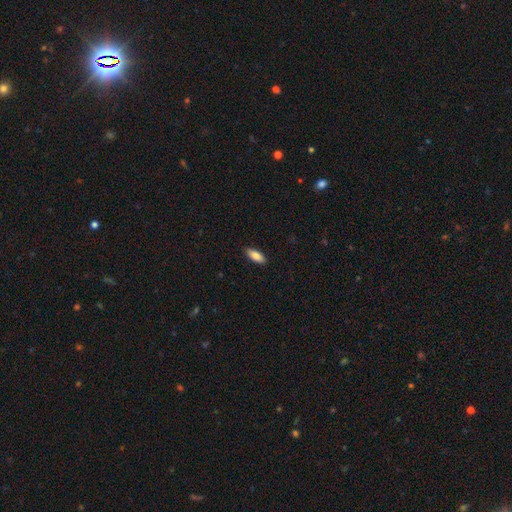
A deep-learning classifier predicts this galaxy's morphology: Smooth or featured: smooth — 84% (featured or disk — 10%)
How rounded: in between — 79% (cigar-shaped — 19%)
Merging: none — 90% (minor disturbance — 7%)